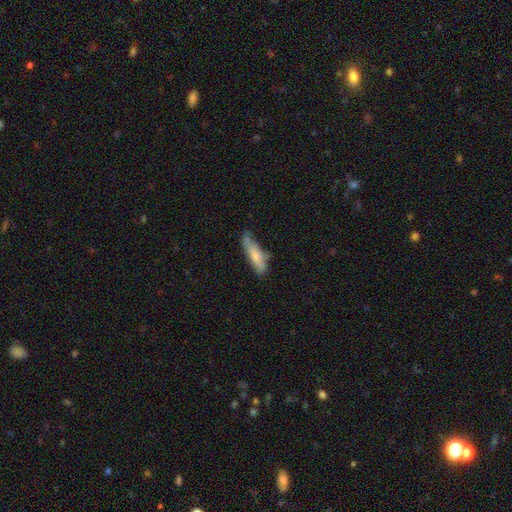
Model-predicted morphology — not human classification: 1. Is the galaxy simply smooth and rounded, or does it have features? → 72% smooth, 22% featured or disk, 6% star or artifact.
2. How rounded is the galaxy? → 68% cigar-shaped, 30% in between, 2% round.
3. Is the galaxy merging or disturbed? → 56% none, 31% minor disturbance, 8% major disturbance, 4% merger.